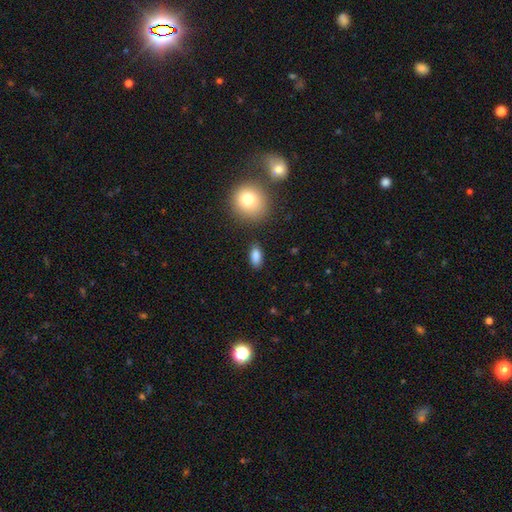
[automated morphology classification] This appears to be a smooth galaxy with no disk features (86%) that is in between round and cigar-shaped (88%). Merging: none (85%).